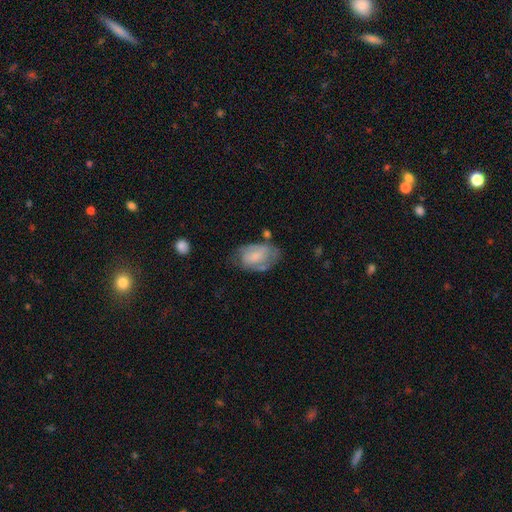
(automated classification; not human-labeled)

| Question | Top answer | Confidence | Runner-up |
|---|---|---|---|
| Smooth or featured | smooth | 49% | featured or disk (44%) |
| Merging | none | 47% | minor disturbance (30%) |